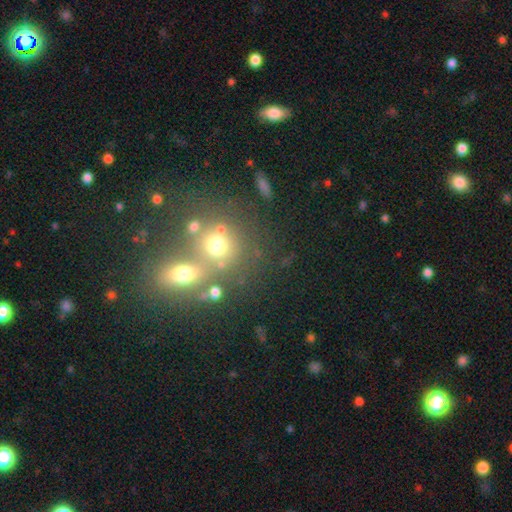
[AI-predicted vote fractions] The model was most divided on "smooth or featured": smooth: 49%, star or artifact: 28%, featured or disk: 22%. More confident: merging — merger (59%).